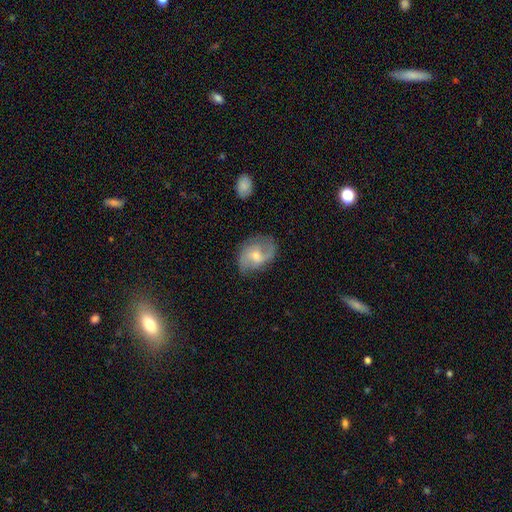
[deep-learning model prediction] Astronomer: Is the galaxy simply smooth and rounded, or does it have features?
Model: featured or disk — 63%.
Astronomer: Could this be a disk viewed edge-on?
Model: no — 96%.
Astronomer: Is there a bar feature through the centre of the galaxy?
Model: weak — 45% (runner-up: no, 44%).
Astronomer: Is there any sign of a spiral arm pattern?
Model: yes — 83%.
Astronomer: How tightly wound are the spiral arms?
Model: loose — 46% (runner-up: medium, 40%).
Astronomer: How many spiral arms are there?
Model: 2 — 79%.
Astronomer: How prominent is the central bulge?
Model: moderate — 50% (runner-up: small, 44%).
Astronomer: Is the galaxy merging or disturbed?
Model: none — 63%.